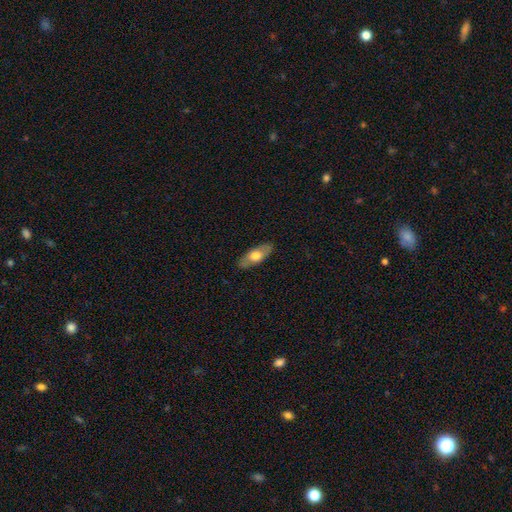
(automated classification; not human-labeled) smooth-or-featured: smooth: 60% | featured or disk: 35% | star or artifact: 5%
  how-rounded: in between: 76% | cigar-shaped: 21% | round: 3%
  merging: none: 86% | minor disturbance: 10% | major disturbance: 2% | merger: 1%